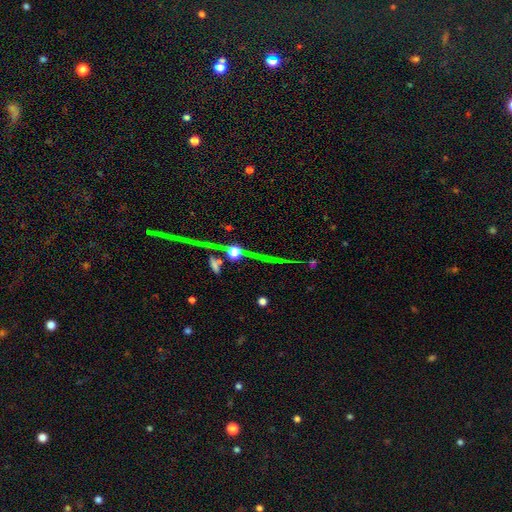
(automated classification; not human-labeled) smooth-or-featured: star or artifact: 47% | featured or disk: 43% | smooth: 10%